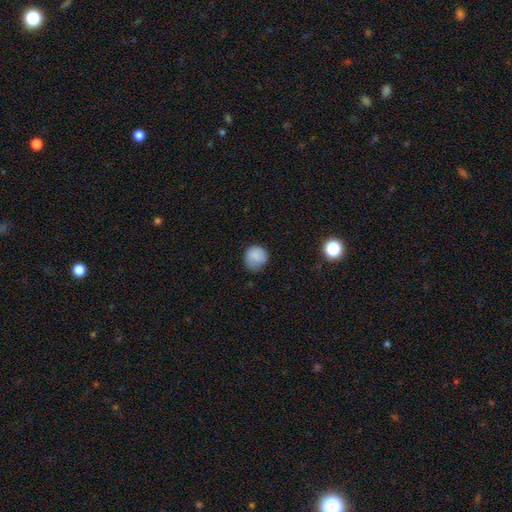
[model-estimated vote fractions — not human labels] Smooth or featured? Predicted: smooth (p=0.84). How rounded? Predicted: round (p=0.88). Merging? Predicted: none (p=0.67).